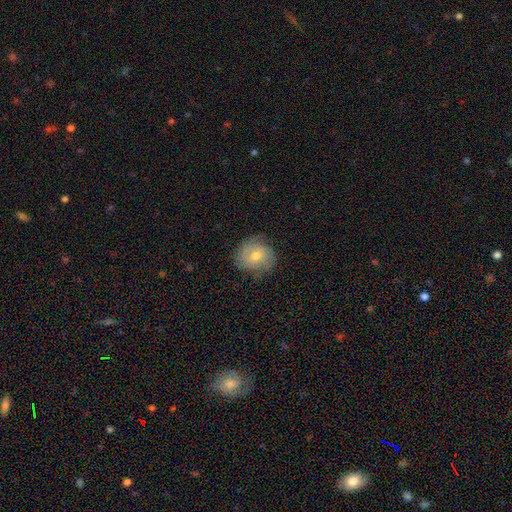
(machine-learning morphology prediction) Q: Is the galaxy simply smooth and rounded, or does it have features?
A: smooth — 52%.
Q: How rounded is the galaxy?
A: round — 81%.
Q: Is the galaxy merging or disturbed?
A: none — 75%.